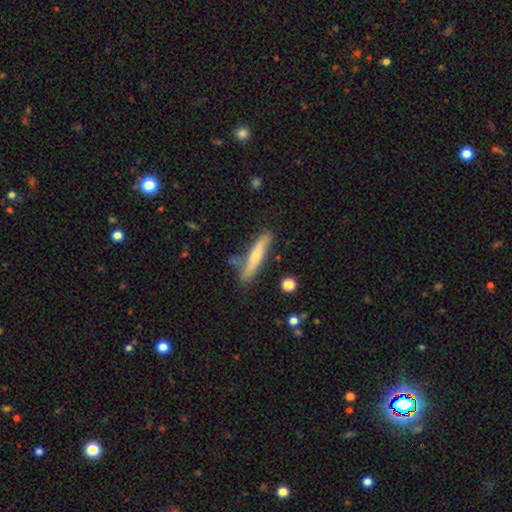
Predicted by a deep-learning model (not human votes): Smooth or featured?
  - featured or disk: 51% *
  - smooth: 43%
  - star or artifact: 6%
Edge-on disk?
  - yes: 87% *
  - no: 13%
Merging?
  - none: 74% *
  - minor disturbance: 17%
  - merger: 6%
  - major disturbance: 3%